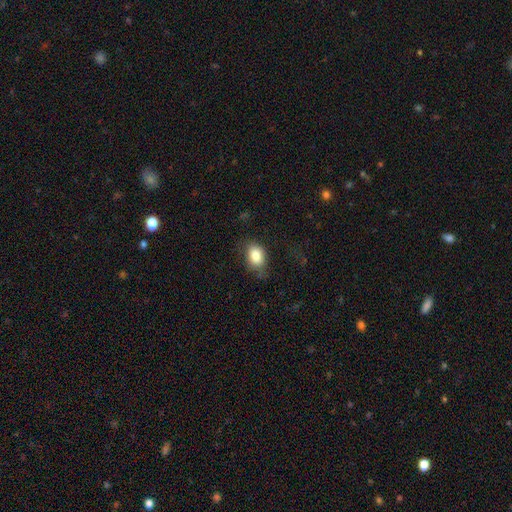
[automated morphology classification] Smooth or featured? Predicted: smooth (p=0.83). How rounded? Predicted: in between (p=0.78). Merging? Predicted: none (p=0.66).